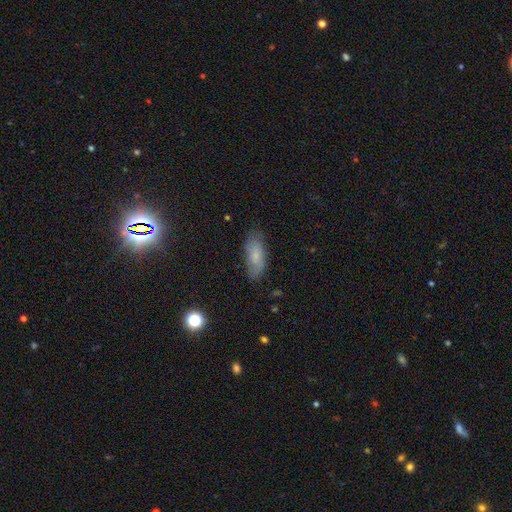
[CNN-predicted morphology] smooth-or-featured: smooth: 66% | featured or disk: 25% | star or artifact: 8%
  how-rounded: in between: 82% | cigar-shaped: 15% | round: 3%
  merging: none: 74% | minor disturbance: 20% | major disturbance: 5% | merger: 1%